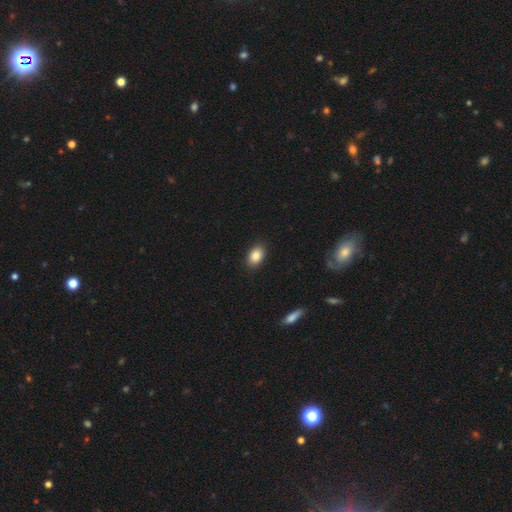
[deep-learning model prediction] Smooth or featured? smooth (86%)
How rounded? in between (85%)
Merging? none (89%)